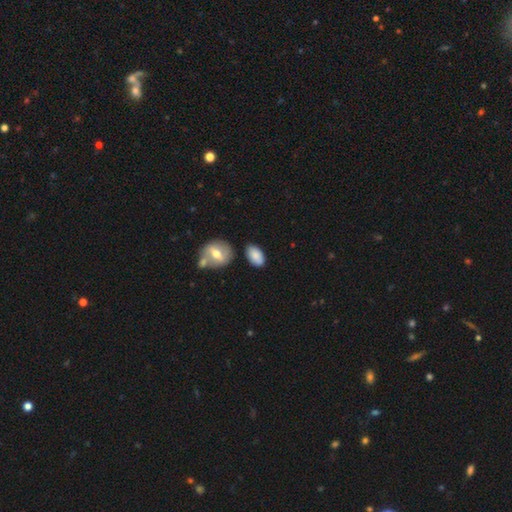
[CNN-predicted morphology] Smooth or featured? smooth (82%)
How rounded? in between (91%)
Merging? none (73%)